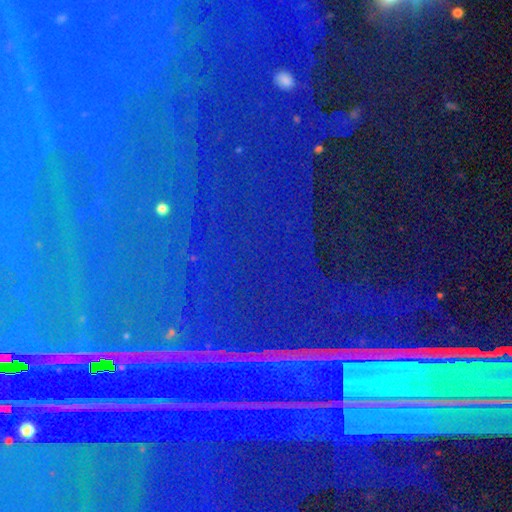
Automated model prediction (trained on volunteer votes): smooth-or-featured: star or artifact: 86% | featured or disk: 7% | smooth: 7%